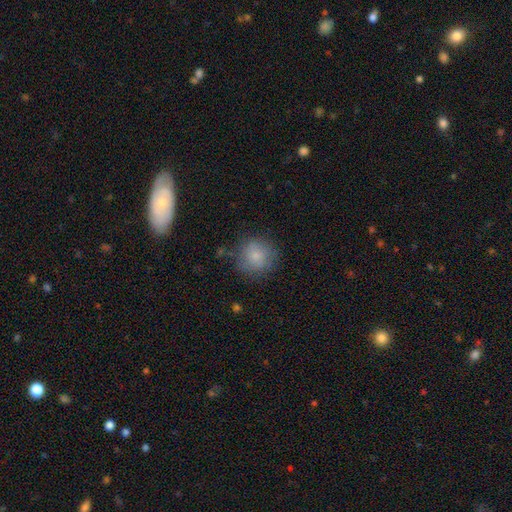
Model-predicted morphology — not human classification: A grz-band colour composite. It shows a smooth galaxy with no disk features (80%) that is round (92%). Merging: none (79%).